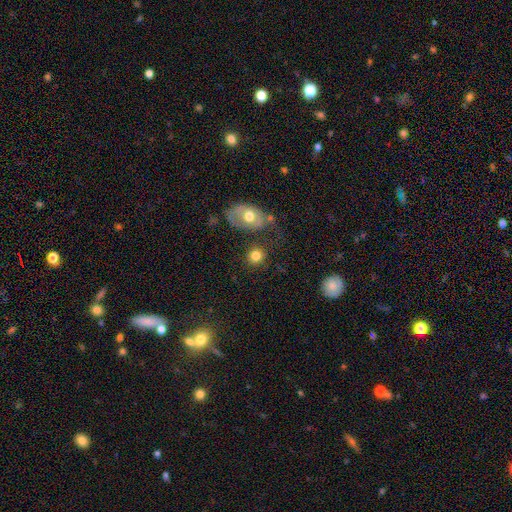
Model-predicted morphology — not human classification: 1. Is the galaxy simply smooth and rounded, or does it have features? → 78% smooth, 13% featured or disk, 9% star or artifact.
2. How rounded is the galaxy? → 79% round, 20% in between, 1% cigar-shaped.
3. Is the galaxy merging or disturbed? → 69% none, 13% minor disturbance, 11% merger, 7% major disturbance.